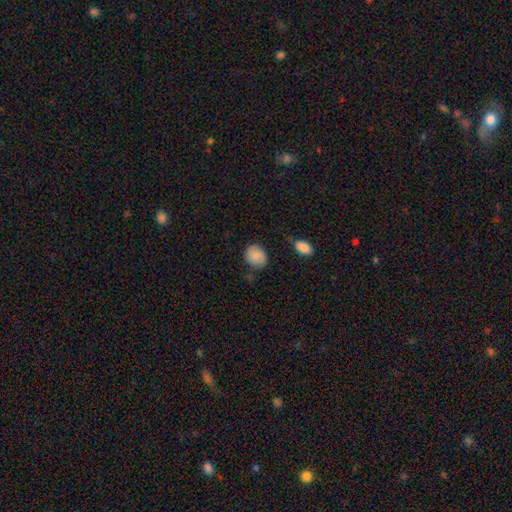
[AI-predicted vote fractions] Morphology: type=smooth (81%); roundness=round (63%); merging=none (72%).